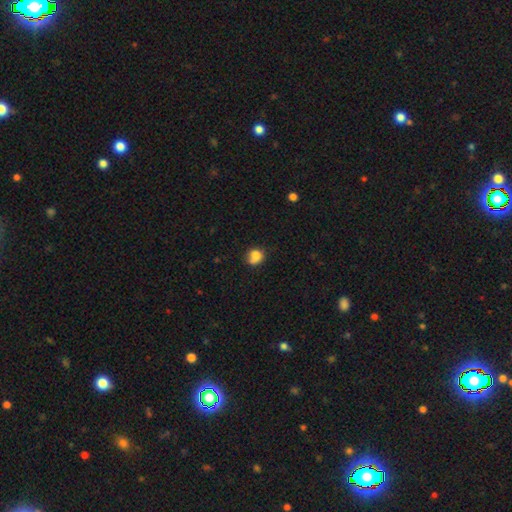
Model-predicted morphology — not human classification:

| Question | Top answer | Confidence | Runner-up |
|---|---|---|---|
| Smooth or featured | smooth | 76% | featured or disk (14%) |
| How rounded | round | 62% | in between (37%) |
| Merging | none | 45% | minor disturbance (27%) |